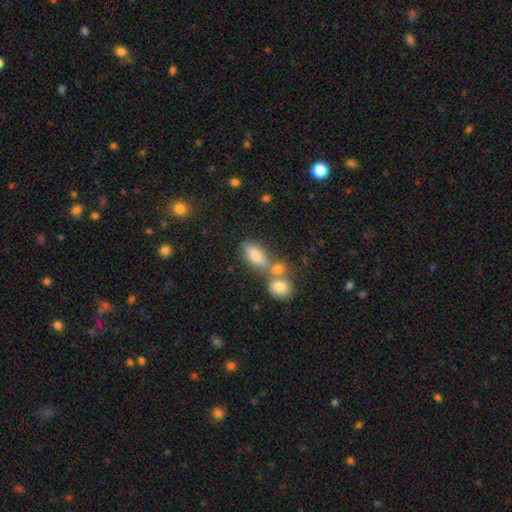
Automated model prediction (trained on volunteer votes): This is likely a smooth galaxy (75%). How rounded: likely in between (78%). Merging: marginally none (44%).